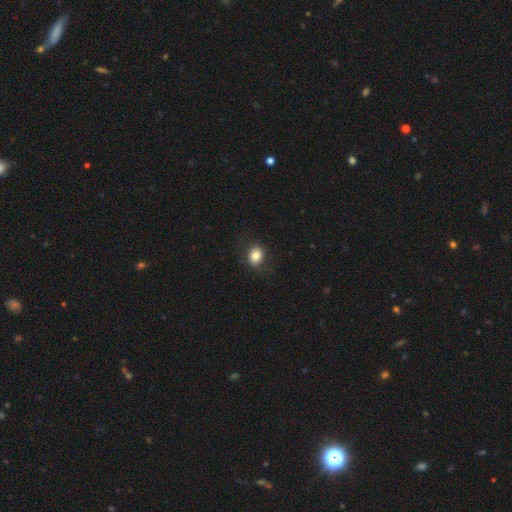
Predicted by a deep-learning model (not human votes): This is clearly a smooth galaxy (83%). How rounded: possibly in between (55%). Merging: clearly none (82%).